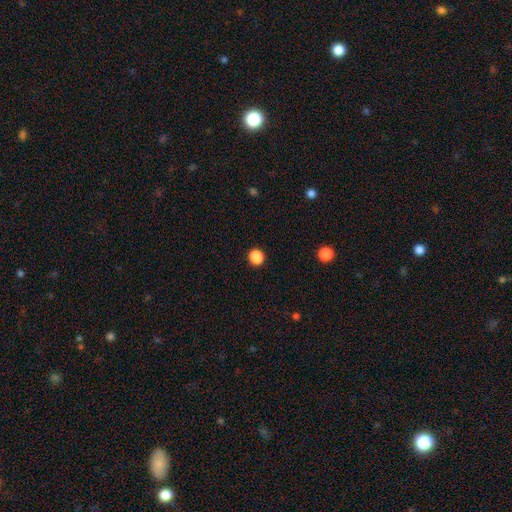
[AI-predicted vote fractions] A smooth galaxy with no disk features (86%) that is round (77%). Merging: none (91%).